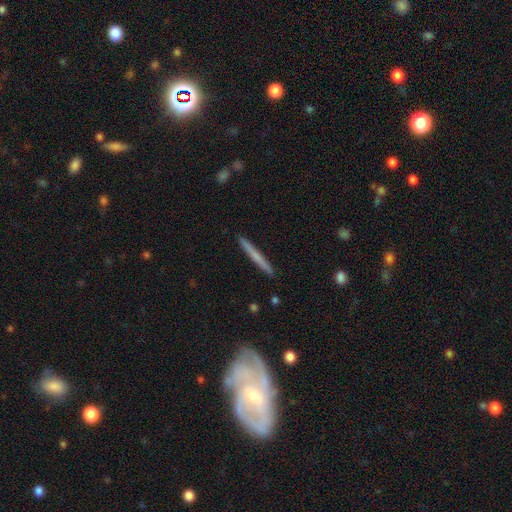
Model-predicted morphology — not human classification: The model was most divided on "smooth or featured": smooth: 57%, featured or disk: 38%, star or artifact: 6%. More confident: how rounded — cigar-shaped (96%); merging — none (92%).